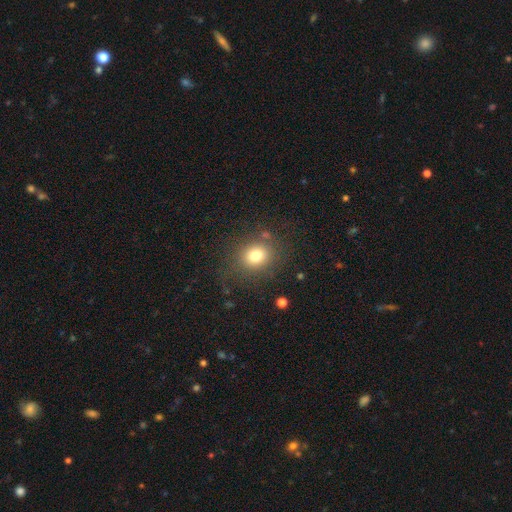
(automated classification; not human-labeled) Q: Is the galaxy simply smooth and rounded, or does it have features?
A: smooth — 77%.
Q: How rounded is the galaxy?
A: round — 71%.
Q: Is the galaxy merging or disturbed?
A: none — 78%.